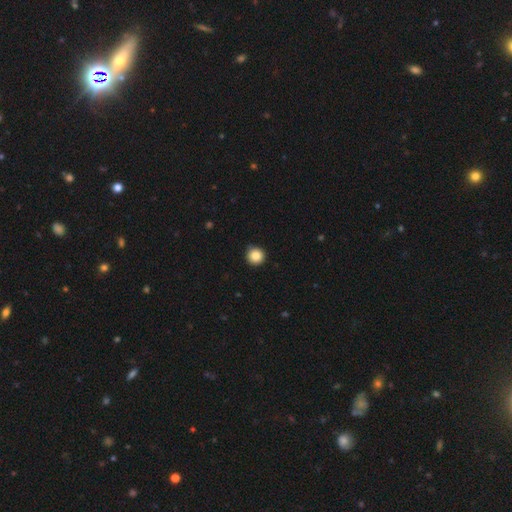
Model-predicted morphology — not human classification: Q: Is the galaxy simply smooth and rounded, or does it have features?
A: smooth — 85%.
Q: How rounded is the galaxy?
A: round — 96%.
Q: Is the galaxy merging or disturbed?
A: none — 90%.